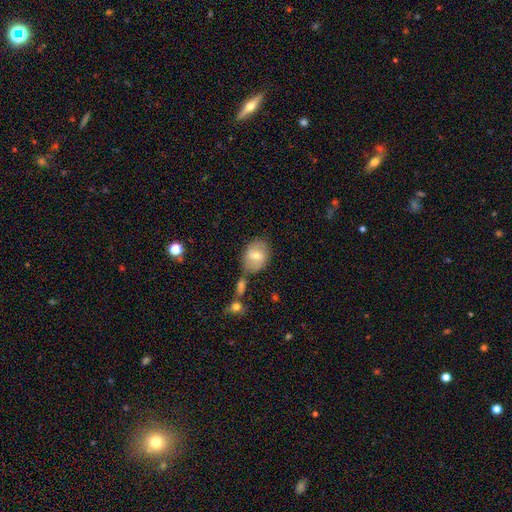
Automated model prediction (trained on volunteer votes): smooth_or_featured: smooth (p=0.64) [alt: featured or disk p=0.28]
how_rounded: in between (p=0.64) [alt: round p=0.35]
merging: none (p=0.63) [alt: minor disturbance p=0.17]